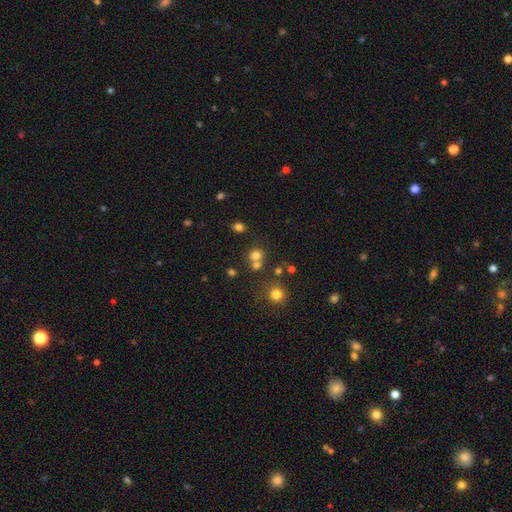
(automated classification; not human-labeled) Q: Smooth or featured?
A: smooth (73%); runner-up: star or artifact (18%)
Q: How rounded?
A: round (81%); runner-up: in between (18%)
Q: Merging?
A: none (54%); runner-up: merger (35%)